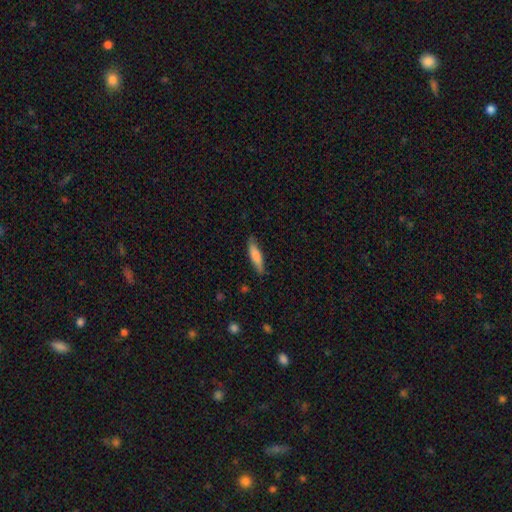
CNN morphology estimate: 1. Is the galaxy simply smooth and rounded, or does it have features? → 78% smooth, 17% featured or disk, 6% star or artifact.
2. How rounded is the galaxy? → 73% cigar-shaped, 26% in between, 1% round.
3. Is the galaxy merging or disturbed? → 83% none, 13% minor disturbance, 2% major disturbance, 1% merger.